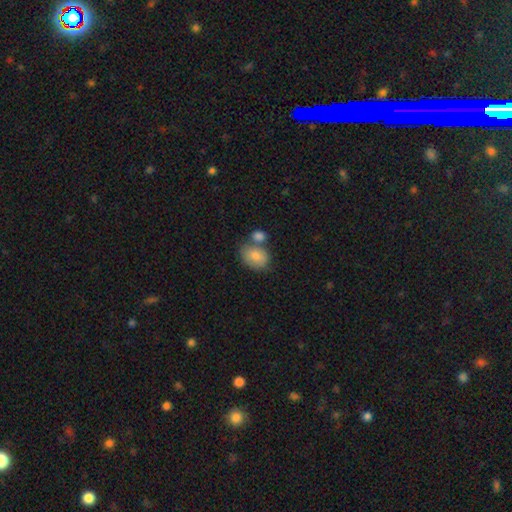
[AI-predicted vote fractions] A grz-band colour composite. It shows a smooth galaxy with no disk features (81%) that is in between round and cigar-shaped (64%). Merging: none (47%).